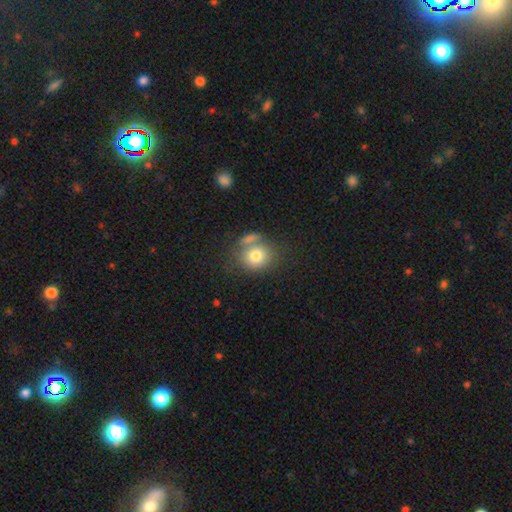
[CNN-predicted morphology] type=smooth (77%); roundness=round (73%); merging=none (52%).